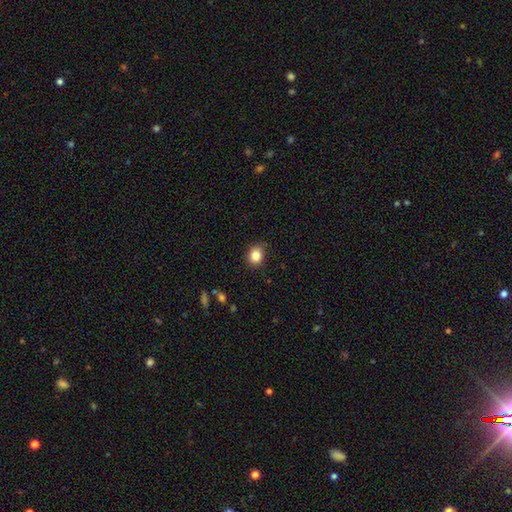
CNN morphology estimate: The model was most divided on "how rounded": round: 65%, in between: 34%, cigar-shaped: 1%. More confident: smooth or featured — smooth (84%); merging — none (79%).